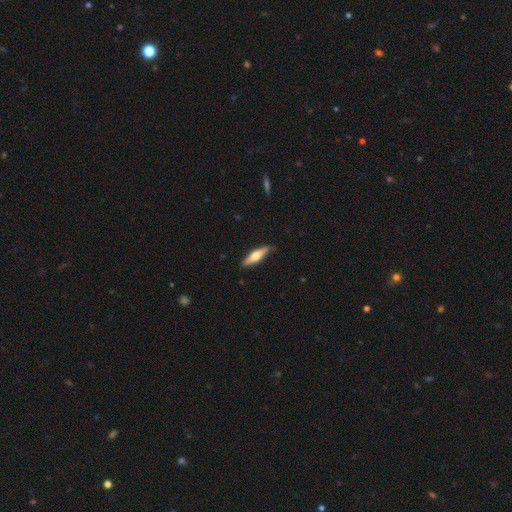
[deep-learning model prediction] Overall: smooth (52%; featured or disk 43%). How rounded: cigar-shaped (69%). Merging: none (81%).